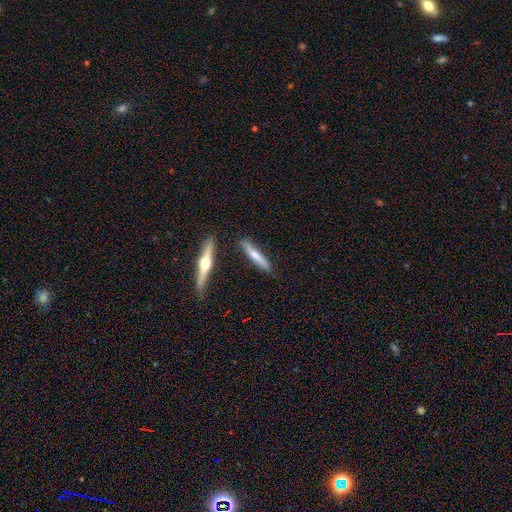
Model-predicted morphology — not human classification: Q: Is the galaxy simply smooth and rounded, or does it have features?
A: smooth — 51%.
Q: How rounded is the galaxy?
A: cigar-shaped — 91%.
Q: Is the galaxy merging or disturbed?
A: none — 82%.